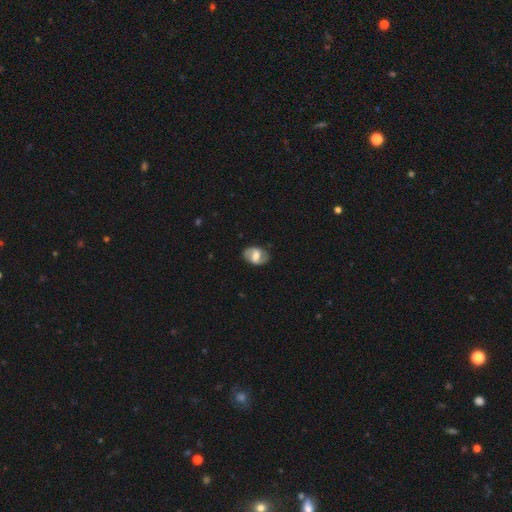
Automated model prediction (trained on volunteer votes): smooth-or-featured: featured or disk: 66% | smooth: 28% | star or artifact: 7%
  disk-edge-on: no: 96% | yes: 4%
    bar: weak: 45% | strong: 35% | no: 20%
    has-spiral-arms: yes: 82% | no: 18%
      spiral-winding: medium: 47% | loose: 30% | tight: 24%
      spiral-arm-count: 2: 88% | can't tell: 6% | 1: 2% | 3: 1% | 4: 1% | more than 4: 1%
    bulge-size: moderate: 47% | large: 22% | small: 20% | none: 7% | dominant: 2%
  merging: none: 82% | minor disturbance: 13% | major disturbance: 4% | merger: 1%